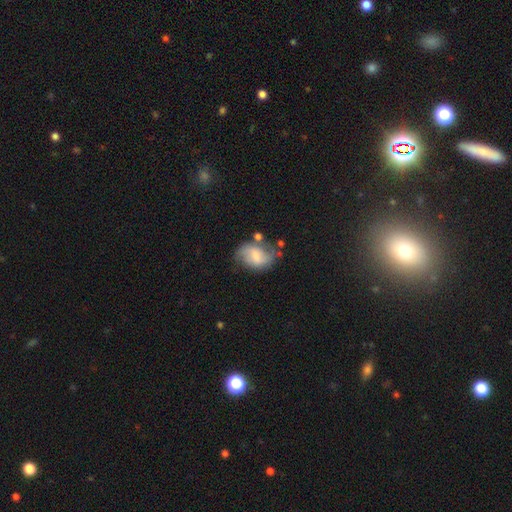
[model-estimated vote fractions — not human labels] smooth-or-featured: featured or disk: 47% | smooth: 45% | star or artifact: 8%
  merging: none: 51% | minor disturbance: 27% | major disturbance: 13% | merger: 9%